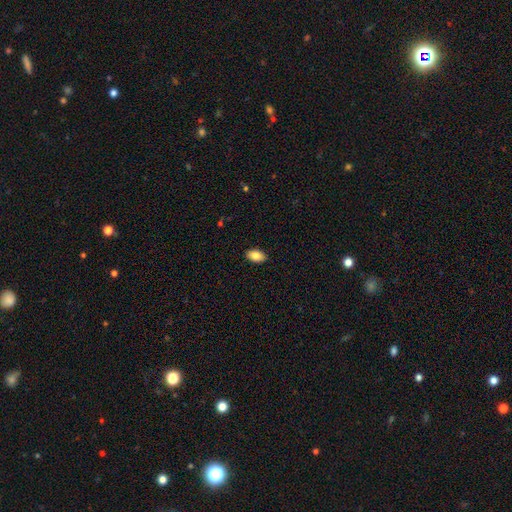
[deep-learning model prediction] smooth 85%, featured or disk 8%, star or artifact 7%. Down the decision tree: how rounded — in between (92%); merging — none (90%).